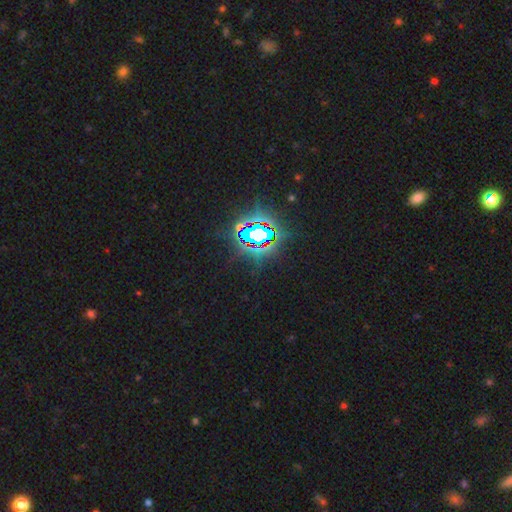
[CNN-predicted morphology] star or artifact 84%, smooth 10%, featured or disk 7%.